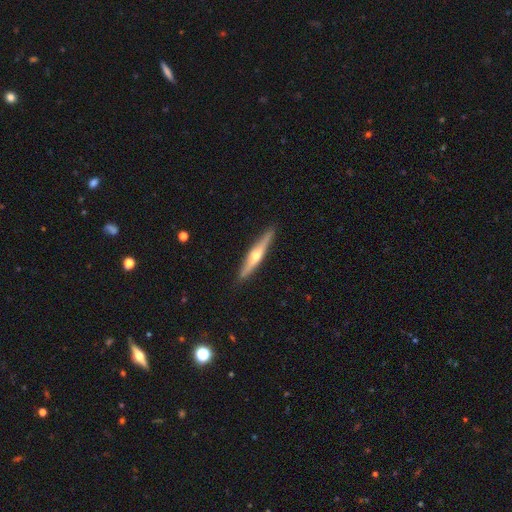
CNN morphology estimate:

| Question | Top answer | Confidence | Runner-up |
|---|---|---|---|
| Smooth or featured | featured or disk | 68% | smooth (26%) |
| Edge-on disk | yes | 96% | no (4%) |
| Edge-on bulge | rounded | 90% | none (6%) |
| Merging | none | 90% | minor disturbance (8%) |